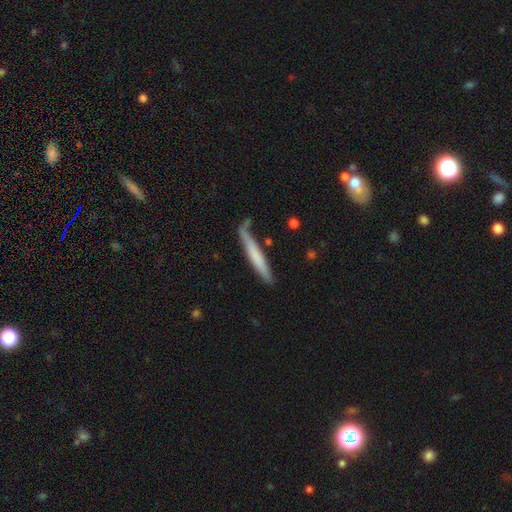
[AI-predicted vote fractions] smooth_or_featured: smooth (p=0.62) [alt: featured or disk p=0.33]
how_rounded: cigar-shaped (p=0.95) [alt: in between p=0.03]
merging: none (p=0.69) [alt: minor disturbance p=0.21]